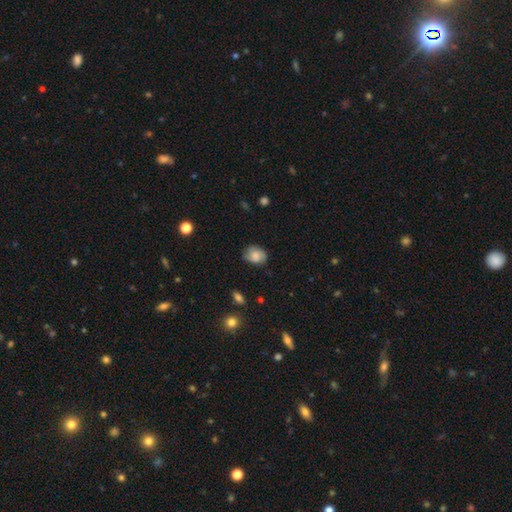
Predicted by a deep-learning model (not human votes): Smooth or featured? smooth (77%)
How rounded? in between (60%)
Merging? none (73%)